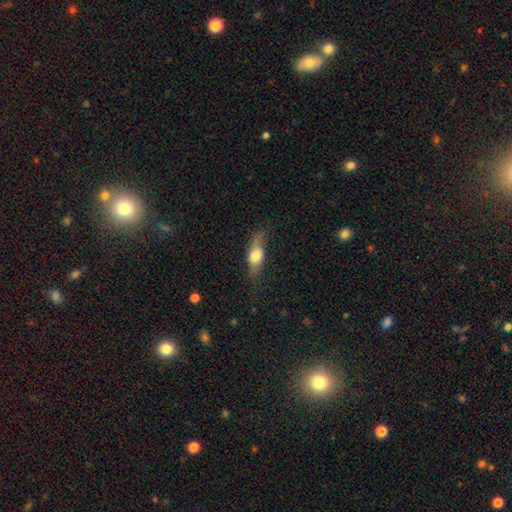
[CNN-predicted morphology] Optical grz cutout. It shows a smooth galaxy with no disk features (63%) that is in between round and cigar-shaped (65%). Merging: none (61%).